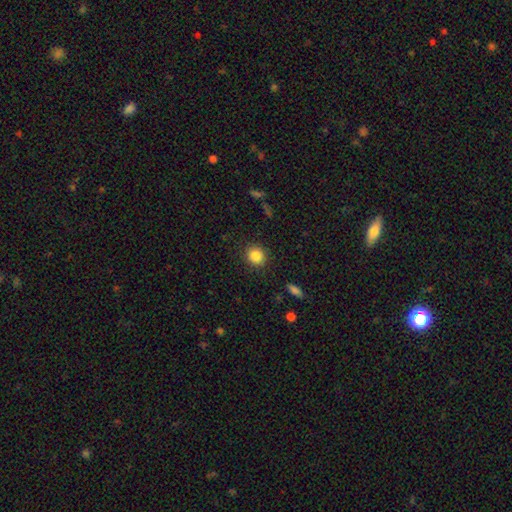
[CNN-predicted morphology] smooth-or-featured: smooth: 85% | star or artifact: 10% | featured or disk: 5%
  how-rounded: round: 83% | in between: 16% | cigar-shaped: 1%
  merging: none: 90% | minor disturbance: 7% | major disturbance: 2% | merger: 1%